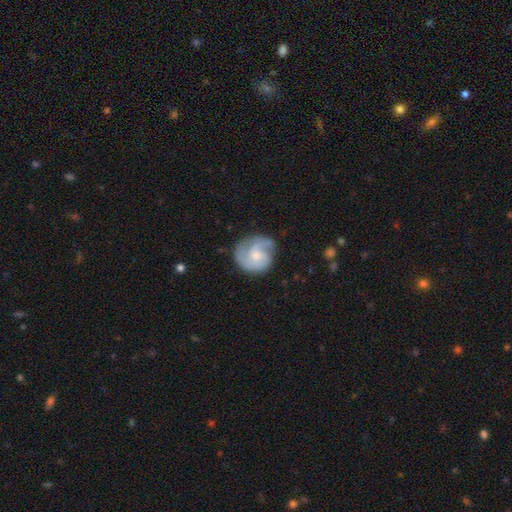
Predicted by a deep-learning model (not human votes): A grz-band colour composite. It shows a featured or disk galaxy (75%) with no bar (70%), 3 (35%) tight (44%) spiral arms (94%) and a small central bulge (51%). Merging: none (68%).